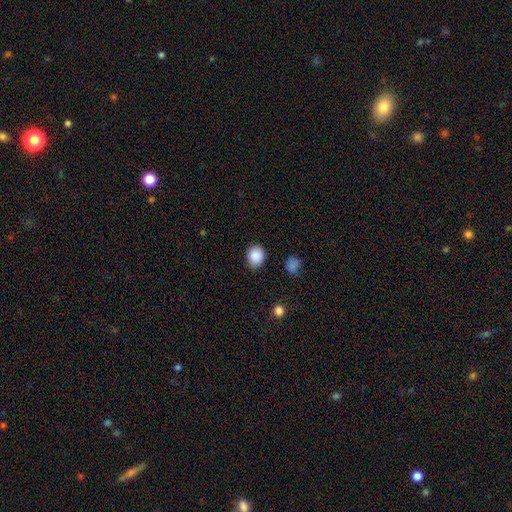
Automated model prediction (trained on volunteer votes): Smooth or featured?
  - smooth: 88% *
  - star or artifact: 9%
  - featured or disk: 3%
How rounded?
  - round: 61% *
  - in between: 38%
  - cigar-shaped: 1%
Merging?
  - none: 82% *
  - minor disturbance: 13%
  - major disturbance: 3%
  - merger: 2%